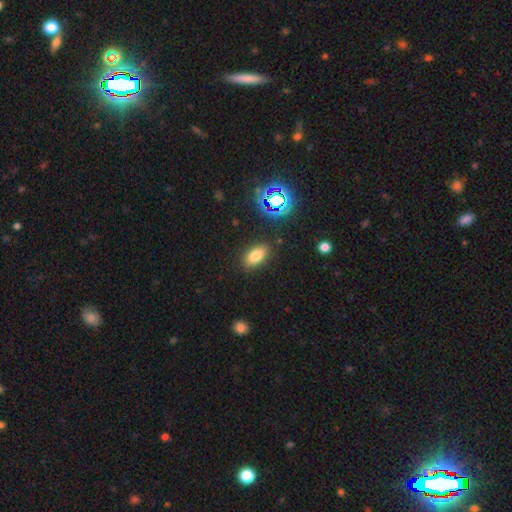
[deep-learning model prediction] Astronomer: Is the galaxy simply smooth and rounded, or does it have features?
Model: smooth — 77%.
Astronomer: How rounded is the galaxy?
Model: in between — 88%.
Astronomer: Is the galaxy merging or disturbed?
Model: none — 86%.